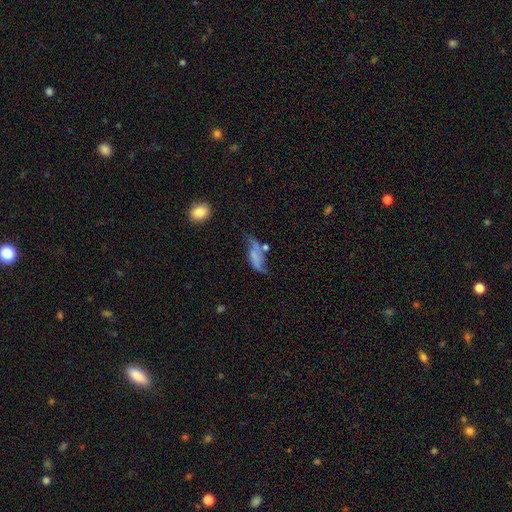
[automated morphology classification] featured or disk 52%, smooth 36%, star or artifact 12%. Down the decision tree: edge-on disk — no (83%); merging — none (32%).